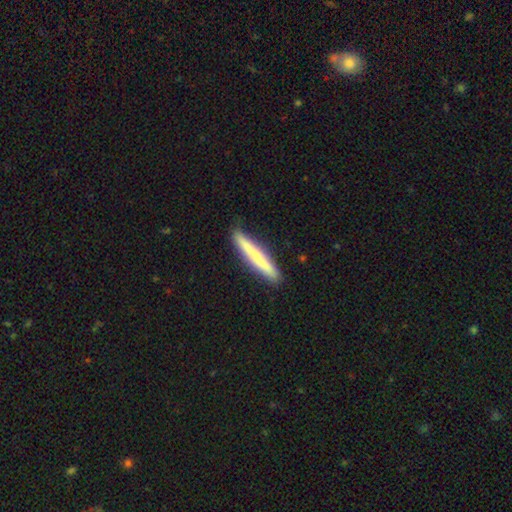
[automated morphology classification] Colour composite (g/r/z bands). It shows a smooth galaxy with no disk features (68%) that is cigar-shaped (96%). Merging: none (90%).